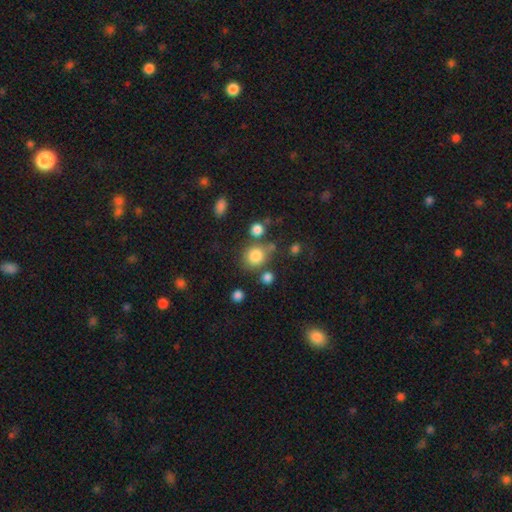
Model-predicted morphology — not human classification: smooth-or-featured: smooth: 82% | star or artifact: 12% | featured or disk: 6%
  how-rounded: round: 83% | in between: 16% | cigar-shaped: 1%
  merging: none: 66% | merger: 15% | minor disturbance: 13% | major disturbance: 6%